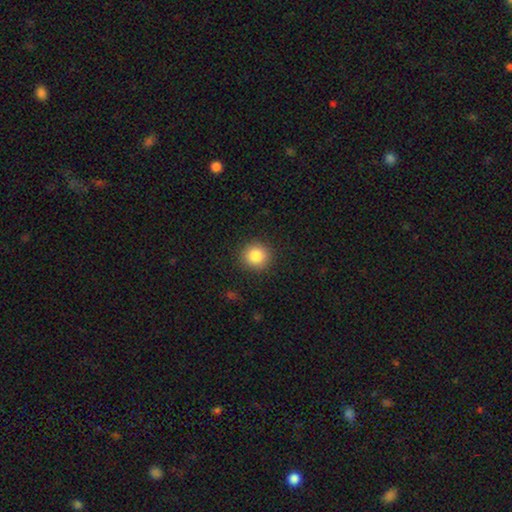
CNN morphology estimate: Smooth or featured? smooth (86%)
How rounded? round (92%)
Merging? none (90%)